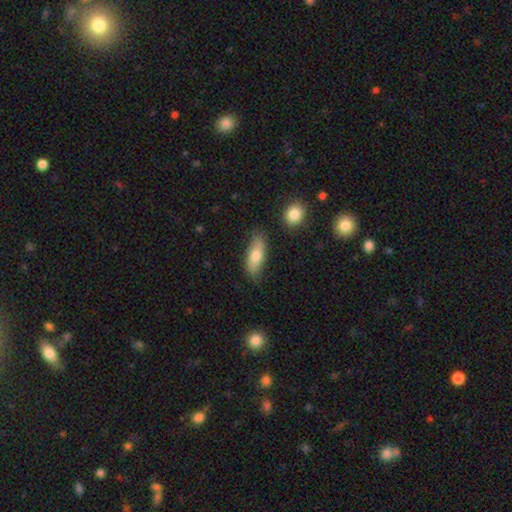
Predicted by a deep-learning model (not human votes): This is likely a smooth galaxy (71%). How rounded: likely in between (69%). Merging: likely none (76%).